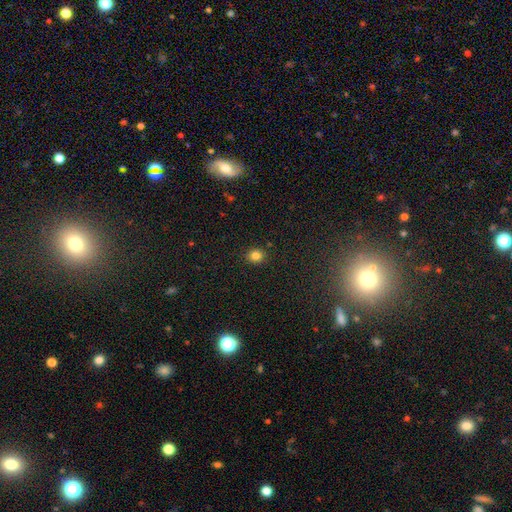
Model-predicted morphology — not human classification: smooth 83%, star or artifact 13%, featured or disk 5%. Down the decision tree: how rounded — round (83%); merging — none (90%).